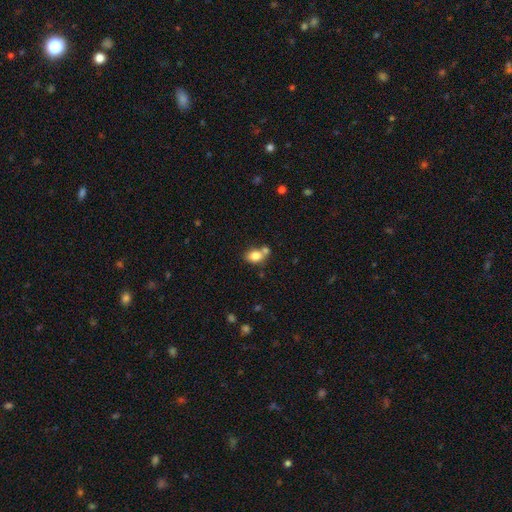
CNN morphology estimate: Smooth or featured? Predicted: smooth (p=0.81). How rounded? Predicted: in between (p=0.74). Merging? Predicted: none (p=0.49).